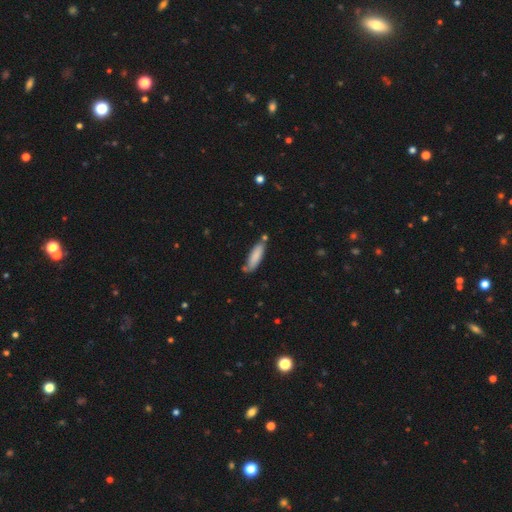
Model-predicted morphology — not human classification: Overall: smooth (83%). How rounded: cigar-shaped (61%; in between 38%). Merging: none (69%).